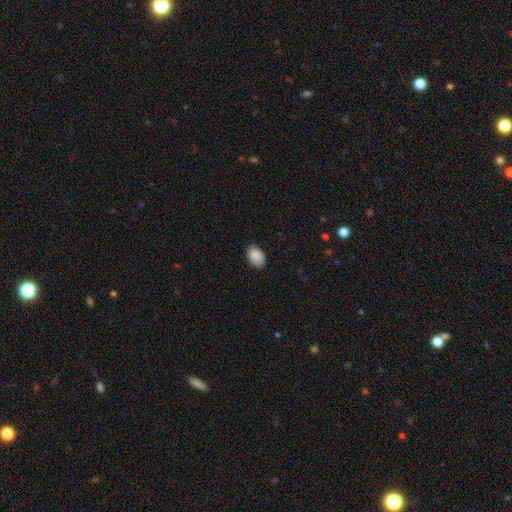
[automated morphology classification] This is clearly a smooth galaxy (90%). How rounded: clearly in between (86%). Merging: clearly none (85%).